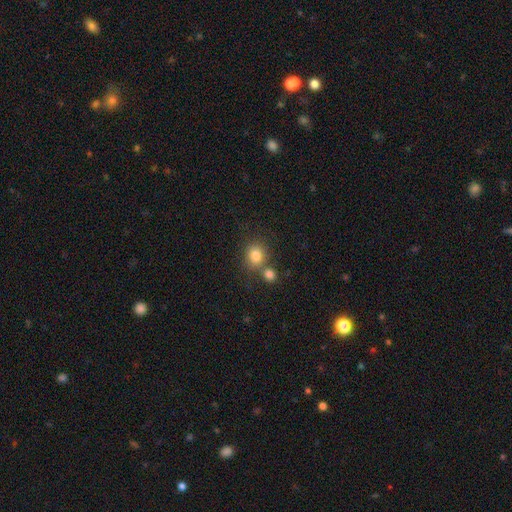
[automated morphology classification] Smooth or featured? smooth (81%)
How rounded? round (81%)
Merging? none (60%)